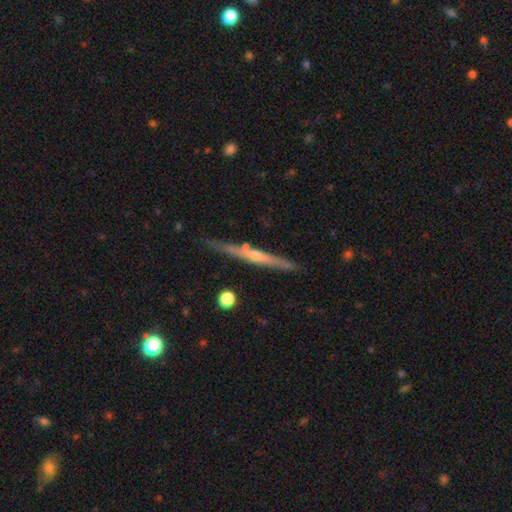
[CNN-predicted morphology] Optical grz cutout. It shows a featured or disk galaxy (76%) viewed edge-on (97%) with a rounded central bulge (64%). Merging: none (87%).